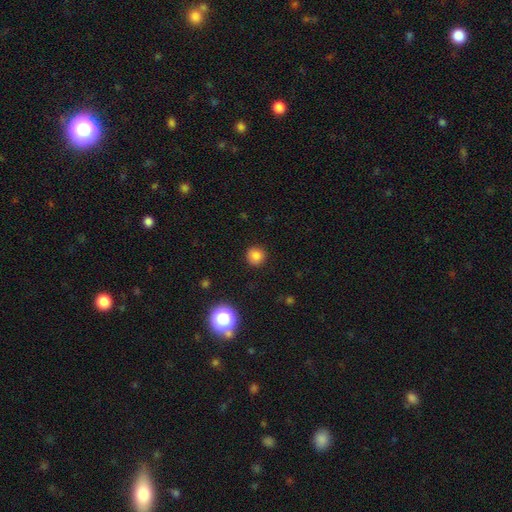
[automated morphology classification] smooth_or_featured: smooth (p=0.81) [alt: star or artifact p=0.13]
how_rounded: round (p=0.93) [alt: in between p=0.06]
merging: none (p=0.90) [alt: minor disturbance p=0.07]